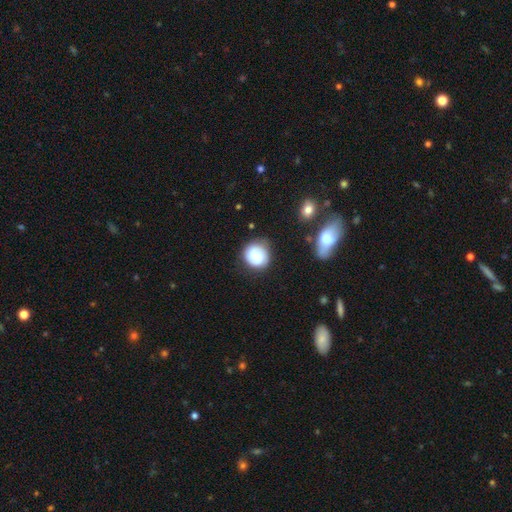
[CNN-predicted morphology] This appears to be a smooth galaxy with no disk features (61%) that is round (86%). Merging: none (75%).